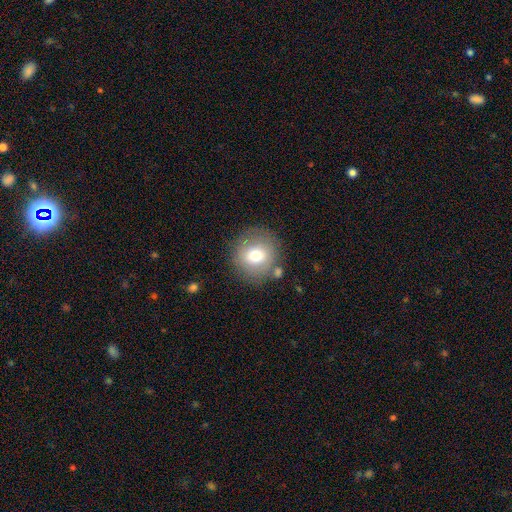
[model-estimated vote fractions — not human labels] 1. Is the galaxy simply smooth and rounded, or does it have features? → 72% smooth, 18% featured or disk, 10% star or artifact.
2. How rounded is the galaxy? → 89% round, 10% in between, 1% cigar-shaped.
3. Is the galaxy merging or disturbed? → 79% none, 12% minor disturbance, 5% merger, 5% major disturbance.